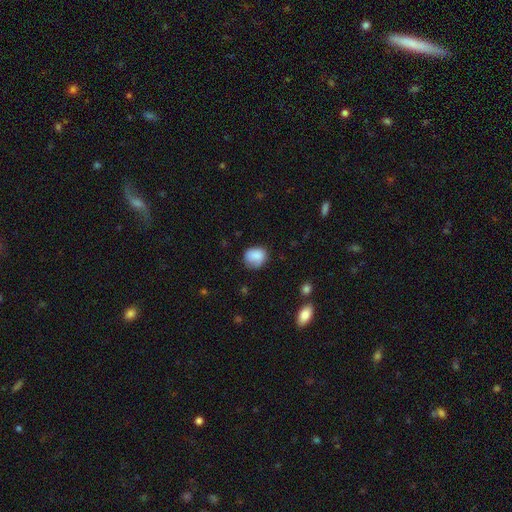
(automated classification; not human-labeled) Smooth or featured? smooth (84%)
How rounded? round (61%)
Merging? none (64%)